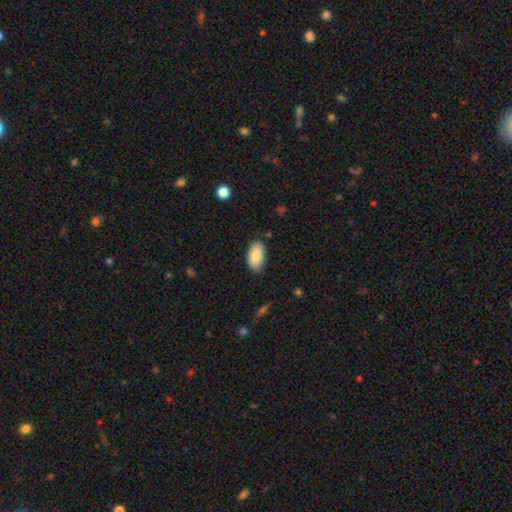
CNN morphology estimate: This is clearly a smooth galaxy (86%). How rounded: clearly in between (95%). Merging: clearly none (82%).